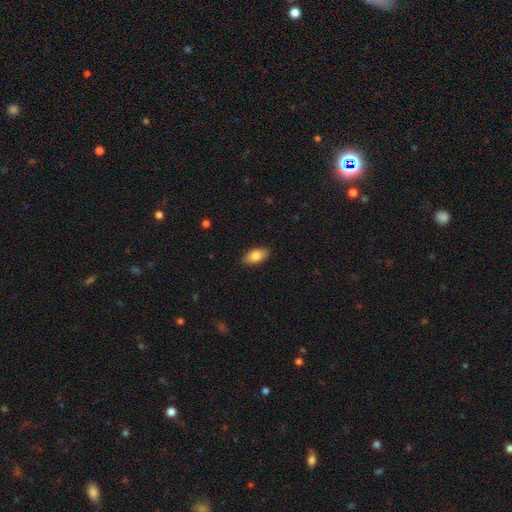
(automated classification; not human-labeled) smooth-or-featured: smooth: 85% | featured or disk: 9% | star or artifact: 6%
  how-rounded: in between: 93% | cigar-shaped: 5% | round: 3%
  merging: none: 88% | minor disturbance: 9% | major disturbance: 2% | merger: 1%